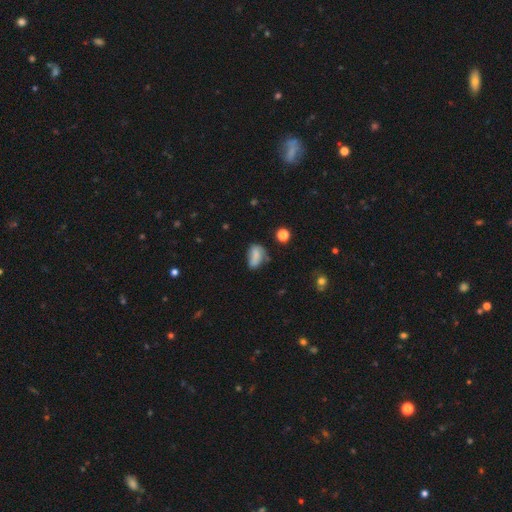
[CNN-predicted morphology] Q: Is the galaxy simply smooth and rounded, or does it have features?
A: smooth — 69%.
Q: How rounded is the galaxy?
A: in between — 83%.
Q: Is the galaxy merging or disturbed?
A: none — 41%.